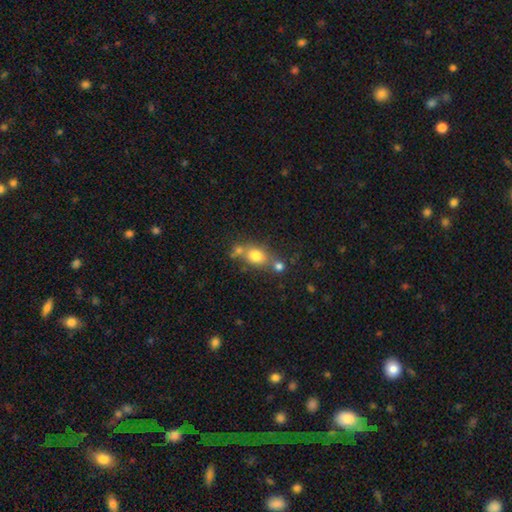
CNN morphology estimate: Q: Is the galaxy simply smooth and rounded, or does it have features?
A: smooth — 74%.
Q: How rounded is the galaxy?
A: in between — 54%.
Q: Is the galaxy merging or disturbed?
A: none — 48%.